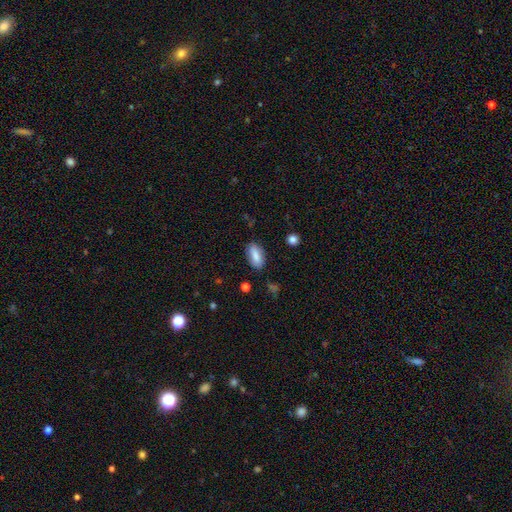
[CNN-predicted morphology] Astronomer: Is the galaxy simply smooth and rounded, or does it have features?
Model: smooth — 81%.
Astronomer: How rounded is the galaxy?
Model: in between — 87%.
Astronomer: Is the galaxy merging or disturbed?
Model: none — 82%.